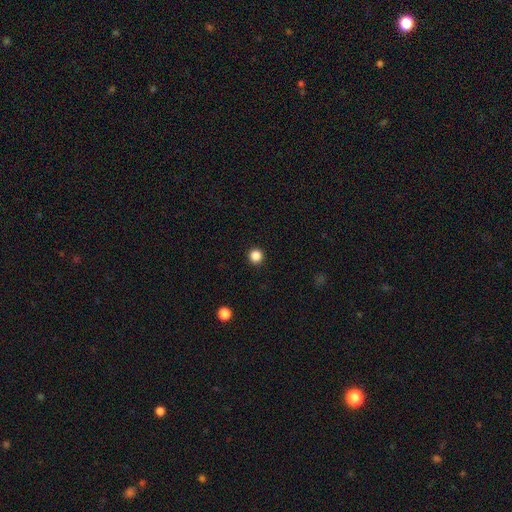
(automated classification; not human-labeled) smooth_or_featured: smooth (p=0.85) [alt: star or artifact p=0.12]
how_rounded: round (p=0.96) [alt: in between p=0.03]
merging: none (p=0.94) [alt: minor disturbance p=0.04]